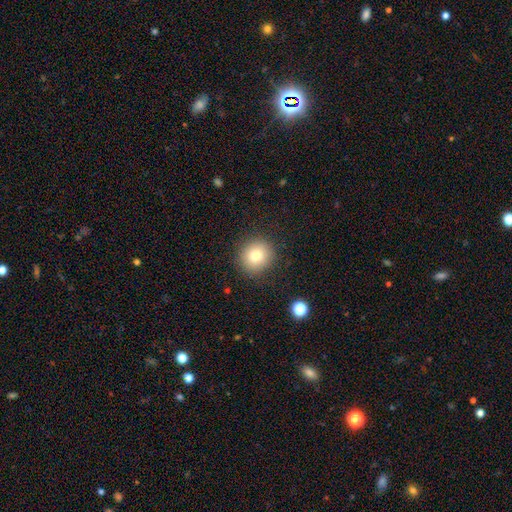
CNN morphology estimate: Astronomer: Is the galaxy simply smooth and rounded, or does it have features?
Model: smooth — 79%.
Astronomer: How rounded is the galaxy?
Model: round — 90%.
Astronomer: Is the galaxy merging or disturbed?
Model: none — 90%.